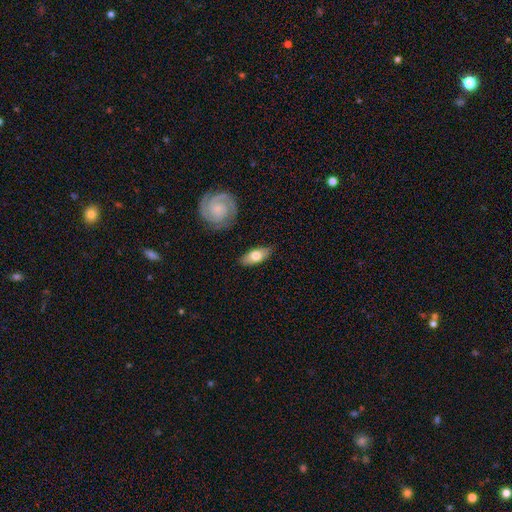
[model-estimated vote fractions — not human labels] Smooth or featured? Predicted: smooth (p=0.61). How rounded? Predicted: in between (p=0.76). Merging? Predicted: none (p=0.83).